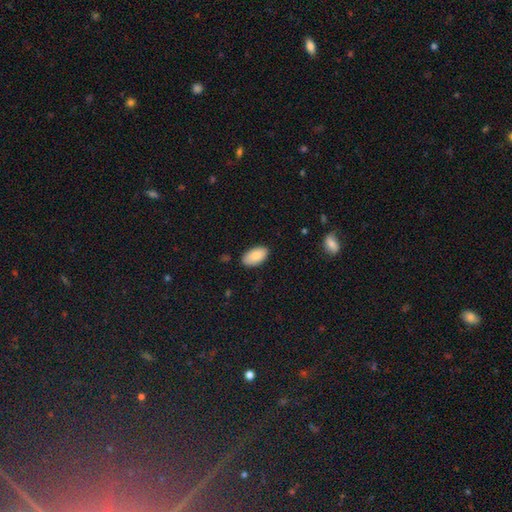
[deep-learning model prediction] smooth 84%, featured or disk 9%, star or artifact 7%. Down the decision tree: how rounded — in between (95%); merging — none (85%).